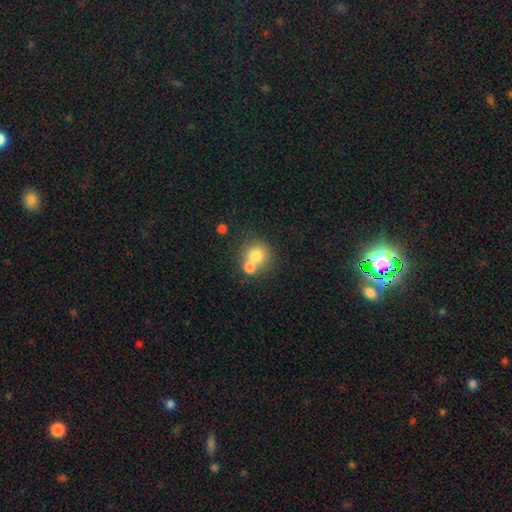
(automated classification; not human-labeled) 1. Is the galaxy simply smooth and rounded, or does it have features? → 74% smooth, 15% featured or disk, 11% star or artifact.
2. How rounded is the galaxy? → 86% round, 13% in between, 1% cigar-shaped.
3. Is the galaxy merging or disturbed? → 48% merger, 42% none, 7% minor disturbance, 3% major disturbance.